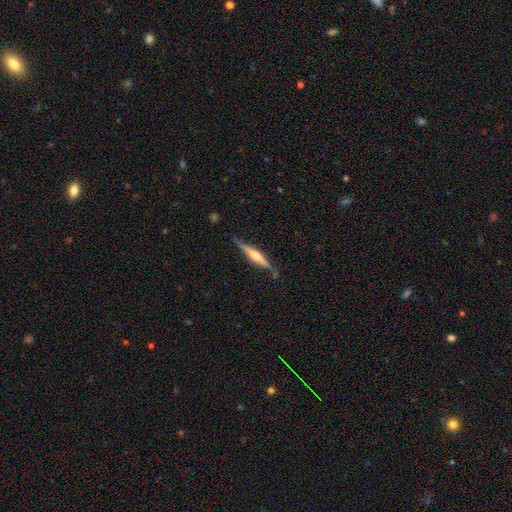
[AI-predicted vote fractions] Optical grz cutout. It shows a featured or disk galaxy (75%) viewed edge-on (97%) with a rounded central bulge (88%). Merging: none (84%).